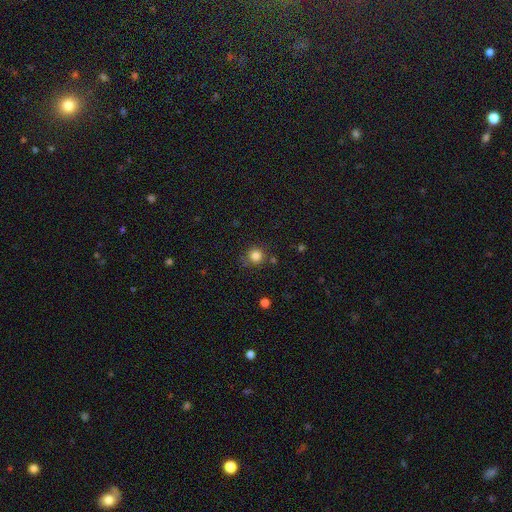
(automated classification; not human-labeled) smooth-or-featured: smooth: 83% | star or artifact: 12% | featured or disk: 5%
  how-rounded: round: 92% | in between: 7% | cigar-shaped: 1%
  merging: none: 78% | minor disturbance: 13% | merger: 5% | major disturbance: 4%